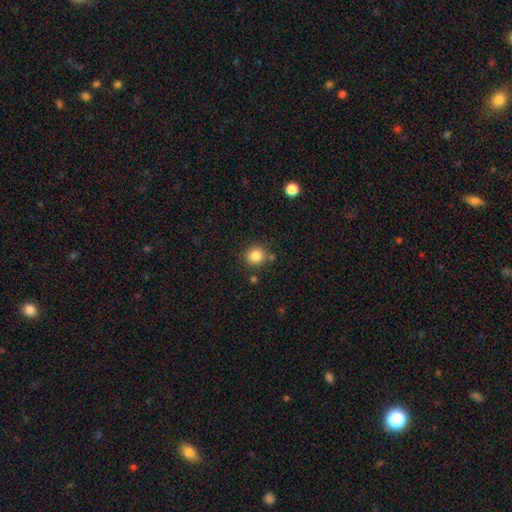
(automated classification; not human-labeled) A smooth galaxy with no disk features (84%) that is round (87%). Merging: none (80%).